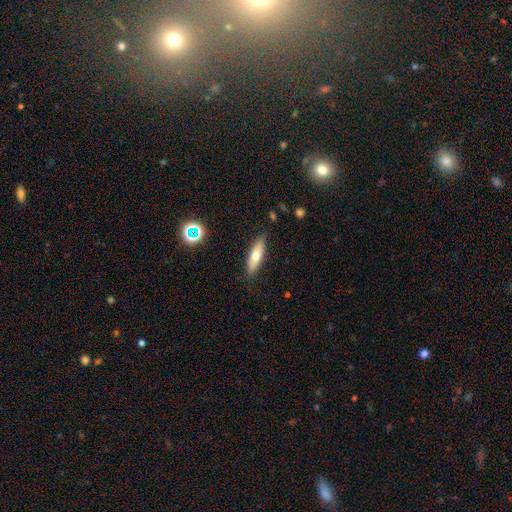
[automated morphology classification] smooth_or_featured: smooth (p=0.66) [alt: featured or disk p=0.27]
how_rounded: cigar-shaped (p=0.60) [alt: in between p=0.38]
merging: none (p=0.86) [alt: minor disturbance p=0.10]